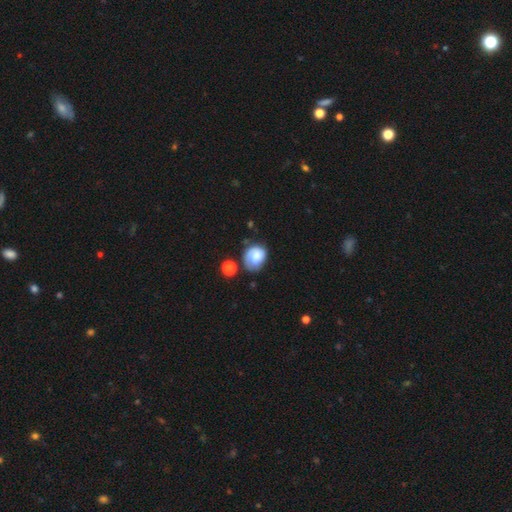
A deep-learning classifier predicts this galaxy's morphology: Smooth or featured?
  - smooth: 66% *
  - featured or disk: 26%
  - star or artifact: 8%
How rounded?
  - round: 56% *
  - in between: 43%
  - cigar-shaped: 1%
Merging?
  - none: 50% *
  - minor disturbance: 29%
  - major disturbance: 13%
  - merger: 8%